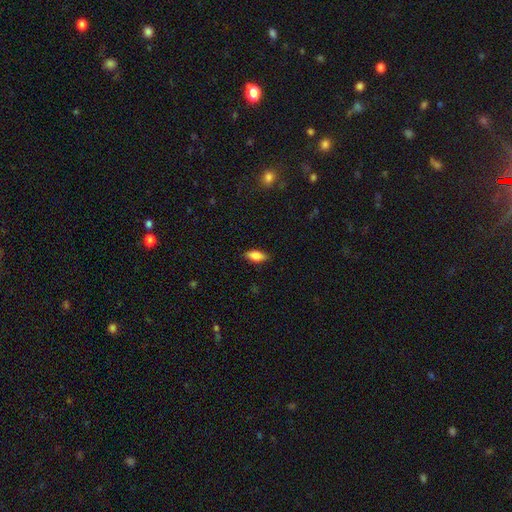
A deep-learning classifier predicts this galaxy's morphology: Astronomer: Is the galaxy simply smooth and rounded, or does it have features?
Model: smooth — 81%.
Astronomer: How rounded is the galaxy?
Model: in between — 83%.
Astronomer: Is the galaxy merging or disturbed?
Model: none — 84%.